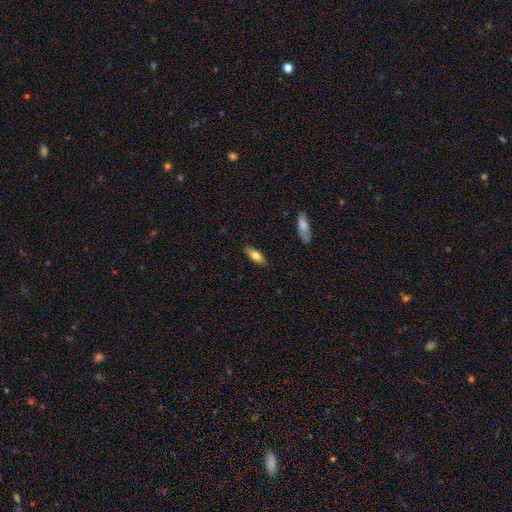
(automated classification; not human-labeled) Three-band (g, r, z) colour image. It shows a smooth galaxy with no disk features (72%) that is in between round and cigar-shaped (69%). Merging: none (87%).